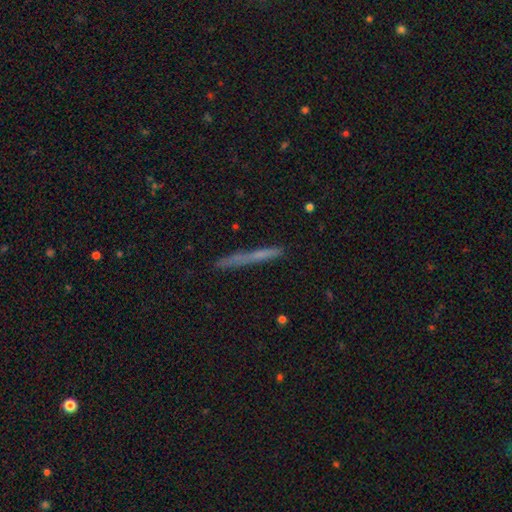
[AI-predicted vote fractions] Morphology: type=smooth (55%); roundness=cigar-shaped (96%); merging=none (87%).